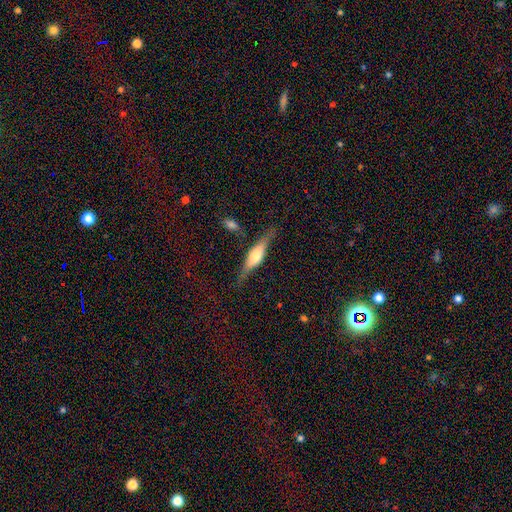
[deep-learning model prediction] The model was most divided on "smooth or featured": featured or disk: 63%, smooth: 31%, star or artifact: 6%. More confident: edge-on disk — yes (91%); edge-on bulge — rounded (82%); merging — none (74%).